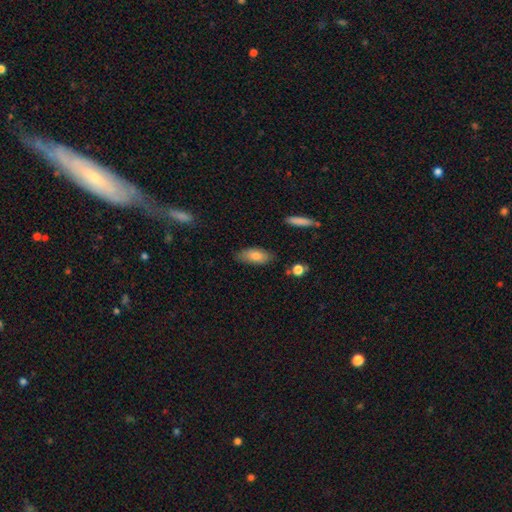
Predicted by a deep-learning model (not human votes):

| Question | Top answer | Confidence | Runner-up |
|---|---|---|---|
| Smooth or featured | smooth | 79% | featured or disk (14%) |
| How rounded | in between | 80% | cigar-shaped (17%) |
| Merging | none | 79% | minor disturbance (16%) |